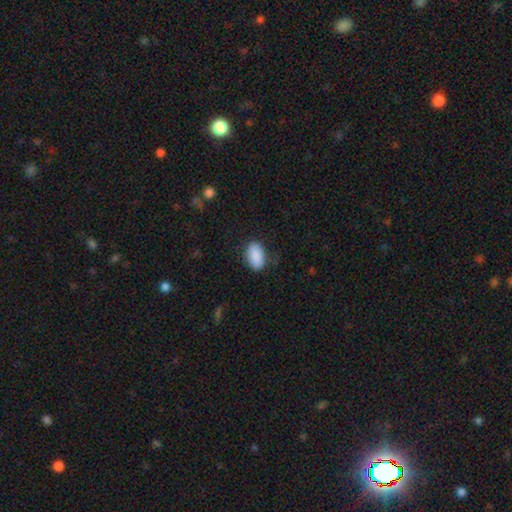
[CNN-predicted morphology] This appears to be a smooth galaxy with no disk features (89%) that is in between round and cigar-shaped (93%). Merging: none (79%).